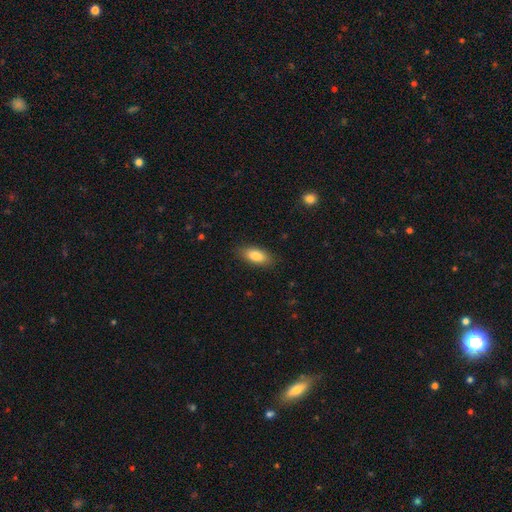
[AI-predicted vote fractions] Smooth or featured: smooth — 85% (featured or disk — 8%)
How rounded: in between — 86% (cigar-shaped — 11%)
Merging: none — 86% (minor disturbance — 10%)